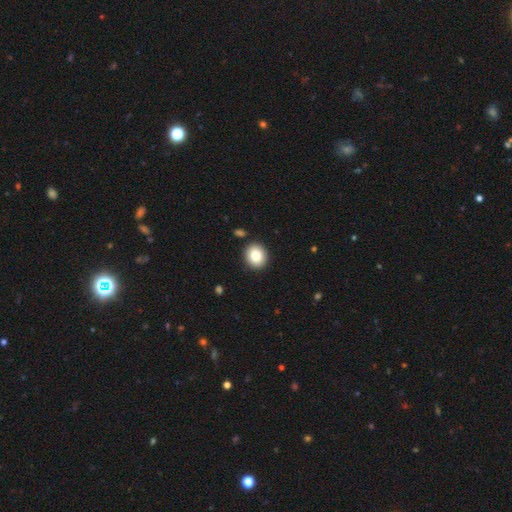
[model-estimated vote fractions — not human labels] This is clearly a smooth galaxy (83%). How rounded: likely round (76%). Merging: clearly none (90%).